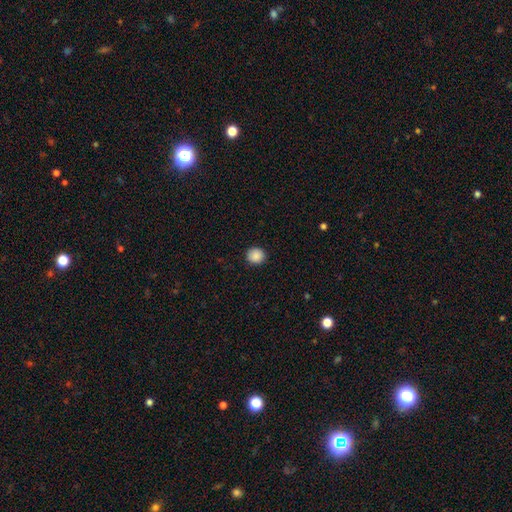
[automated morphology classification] Smooth or featured? Predicted: smooth (p=0.88). How rounded? Predicted: round (p=0.90). Merging? Predicted: none (p=0.91).